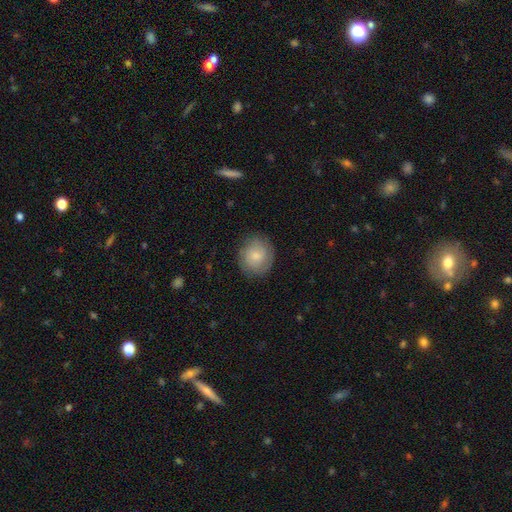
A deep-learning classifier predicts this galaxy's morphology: Smooth or featured?
  - smooth: 75% *
  - featured or disk: 18%
  - star or artifact: 7%
How rounded?
  - round: 80% *
  - in between: 19%
  - cigar-shaped: 1%
Merging?
  - none: 81% *
  - minor disturbance: 14%
  - major disturbance: 4%
  - merger: 1%